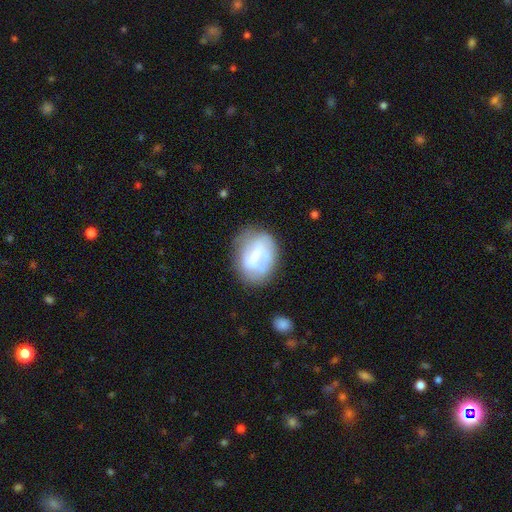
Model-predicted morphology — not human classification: smooth_or_featured: featured or disk (p=0.55) [alt: smooth p=0.36]
disk_edge_on: no (p=0.94) [alt: yes p=0.06]
bar: strong (p=0.44) [alt: weak p=0.36]
has_spiral_arms: no (p=0.61) [alt: yes p=0.39]
bulge_size: small (p=0.44) [alt: moderate p=0.30]
merging: none (p=0.63) [alt: minor disturbance p=0.23]